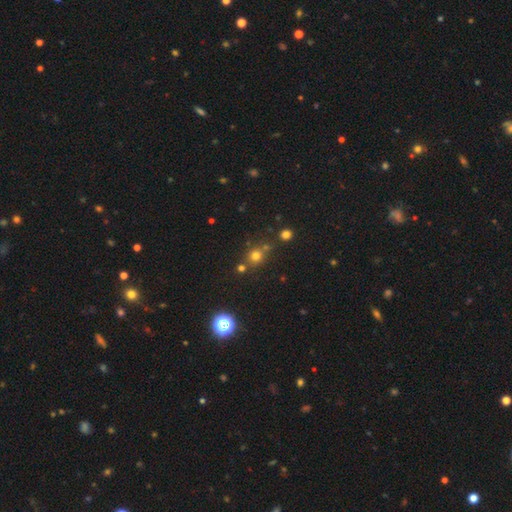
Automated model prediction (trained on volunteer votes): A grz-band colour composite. It shows a smooth galaxy with no disk features (69%) that is round (86%). Merging: none (69%).